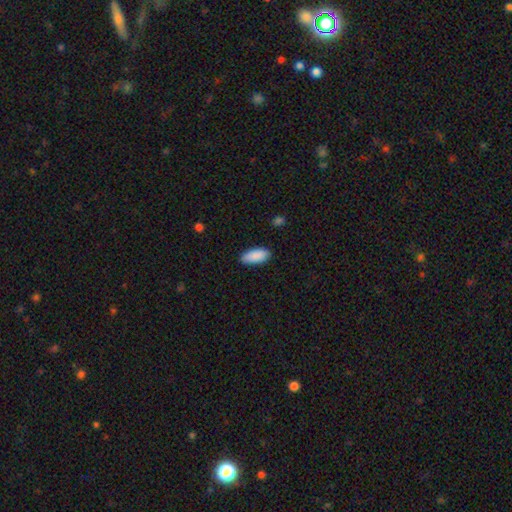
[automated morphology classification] smooth_or_featured: smooth (p=0.90) [alt: star or artifact p=0.06]
how_rounded: in between (p=0.89) [alt: cigar-shaped p=0.10]
merging: none (p=0.87) [alt: minor disturbance p=0.10]